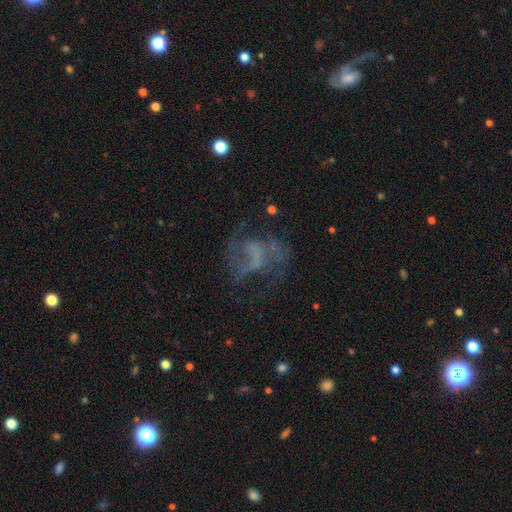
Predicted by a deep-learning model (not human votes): Overall: featured or disk (57%; smooth 23%). Edge-on disk: no (97%). Bar: no (70%). Spiral arms: no (61%; yes 39%). Bulge size: none (75%). Merging: none (42%; major disturbance 37%).